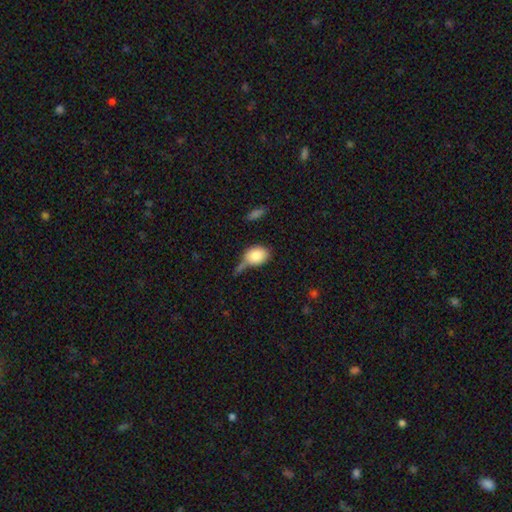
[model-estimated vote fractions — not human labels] A smooth galaxy with no disk features (84%) that is in between round and cigar-shaped (66%). Merging: none (36%).